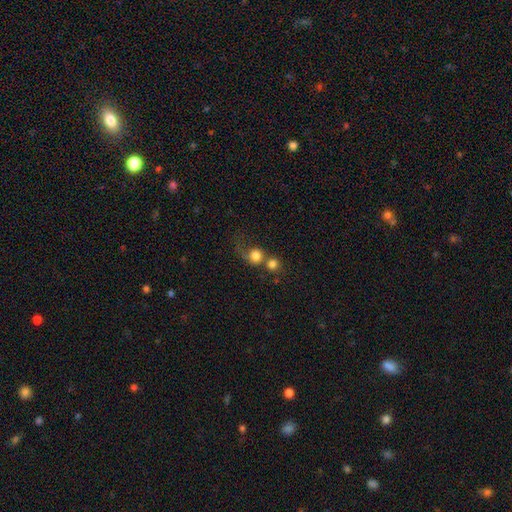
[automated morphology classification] Q: Smooth or featured?
A: smooth (75%); runner-up: featured or disk (15%)
Q: How rounded?
A: round (83%); runner-up: in between (16%)
Q: Merging?
A: merger (50%); runner-up: none (27%)